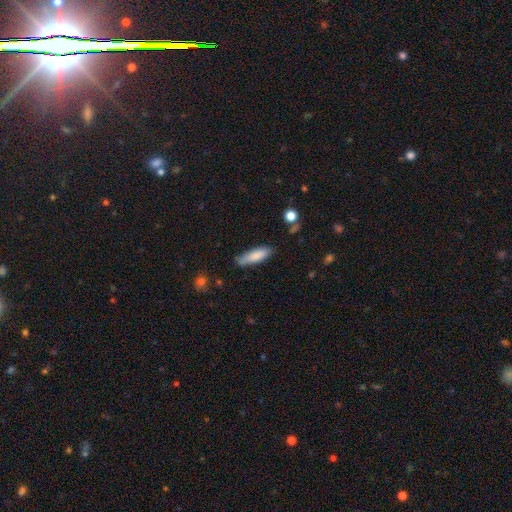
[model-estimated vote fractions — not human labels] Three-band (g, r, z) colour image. It shows a smooth galaxy with no disk features (83%) that is cigar-shaped (57%). Merging: none (76%).